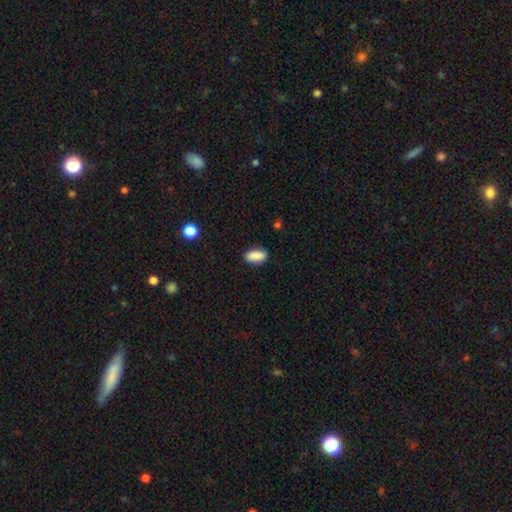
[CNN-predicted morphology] The model was most divided on "merging": none: 85%, minor disturbance: 11%, major disturbance: 2%, merger: 1%. More confident: how rounded — in between (87%); smooth or featured — smooth (87%).